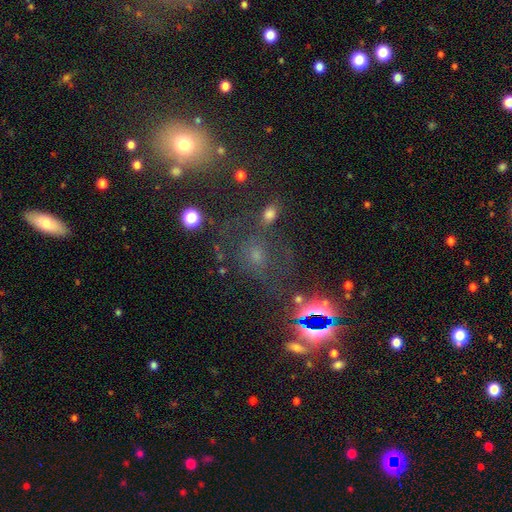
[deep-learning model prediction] The model was most divided on "smooth or featured": star or artifact: 43%, smooth: 37%, featured or disk: 20%.